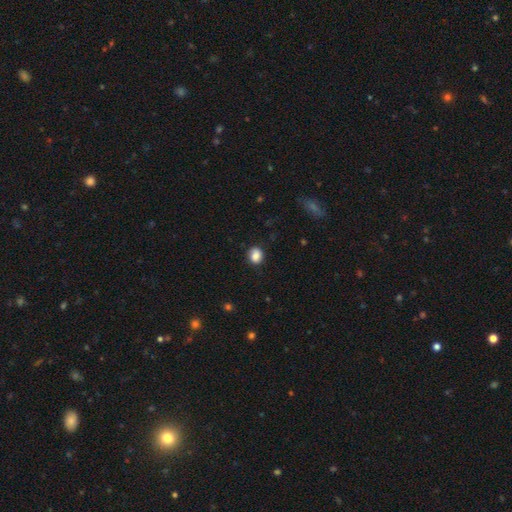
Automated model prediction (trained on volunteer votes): Smooth or featured?
  - smooth: 86% *
  - star or artifact: 9%
  - featured or disk: 5%
How rounded?
  - round: 53% *
  - in between: 46%
  - cigar-shaped: 1%
Merging?
  - none: 82% *
  - minor disturbance: 13%
  - major disturbance: 3%
  - merger: 1%